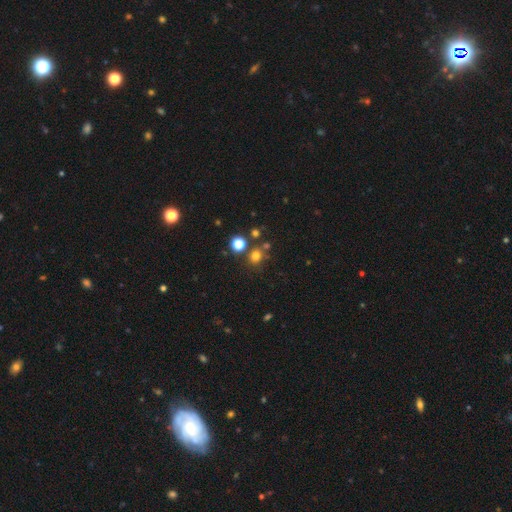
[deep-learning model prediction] Morphology: type=smooth (72%); roundness=round (83%); merging=none (73%).